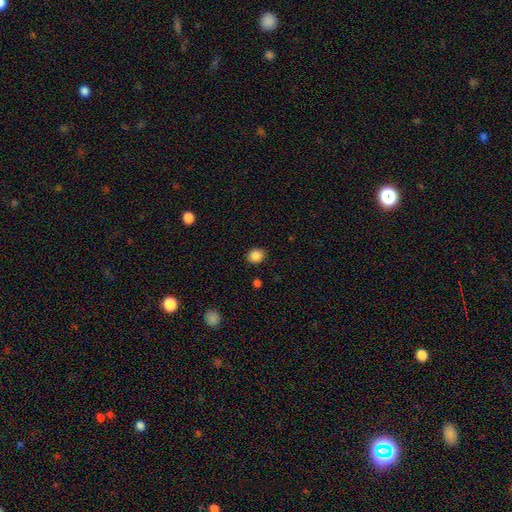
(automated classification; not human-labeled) smooth 87%, star or artifact 10%, featured or disk 4%. Down the decision tree: how rounded — round (71%); merging — none (88%).